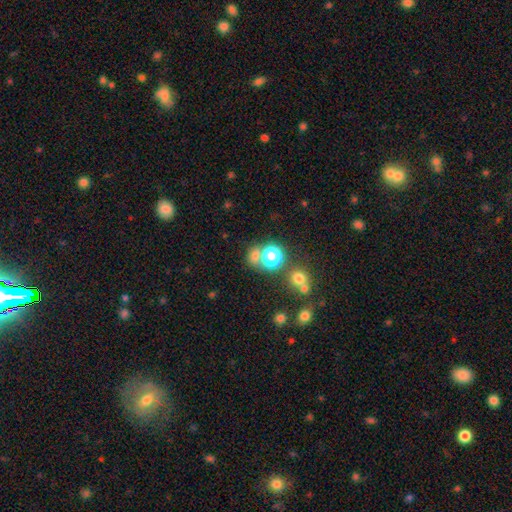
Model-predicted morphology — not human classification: Q: Smooth or featured?
A: smooth (59%); runner-up: star or artifact (33%)
Q: How rounded?
A: round (76%); runner-up: in between (23%)
Q: Merging?
A: none (62%); runner-up: merger (22%)